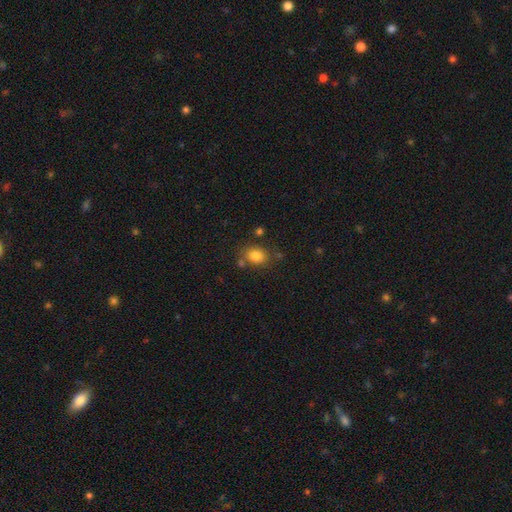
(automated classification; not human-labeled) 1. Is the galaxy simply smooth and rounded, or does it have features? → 82% smooth, 10% star or artifact, 8% featured or disk.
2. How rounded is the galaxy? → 61% in between, 38% round, 1% cigar-shaped.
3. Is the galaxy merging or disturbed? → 71% none, 15% minor disturbance, 10% merger, 5% major disturbance.